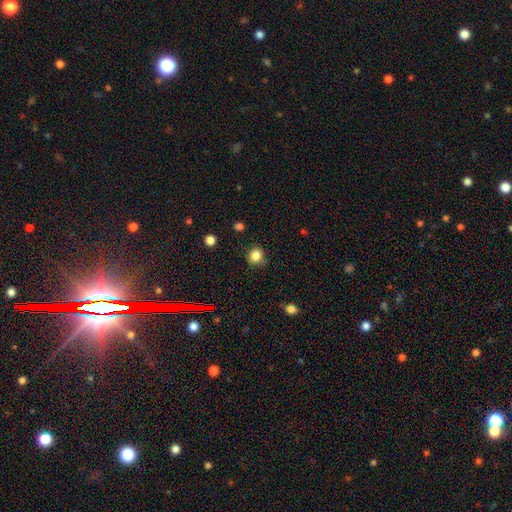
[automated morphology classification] smooth_or_featured: smooth (p=0.83) [alt: star or artifact p=0.12]
how_rounded: round (p=0.75) [alt: in between p=0.24]
merging: none (p=0.78) [alt: minor disturbance p=0.17]